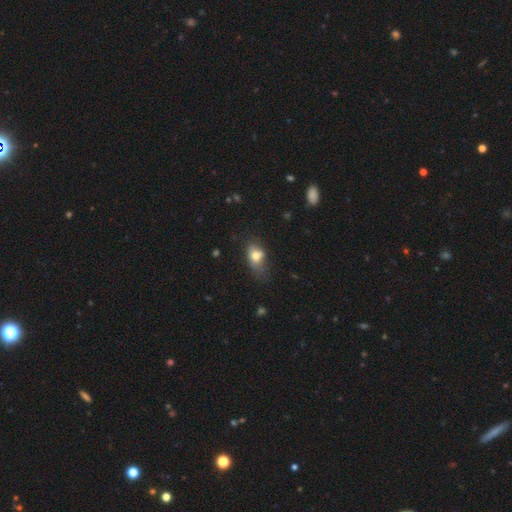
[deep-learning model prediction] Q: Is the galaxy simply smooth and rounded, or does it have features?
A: smooth — 73%.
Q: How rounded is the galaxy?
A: in between — 78%.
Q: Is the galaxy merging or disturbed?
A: none — 40%.